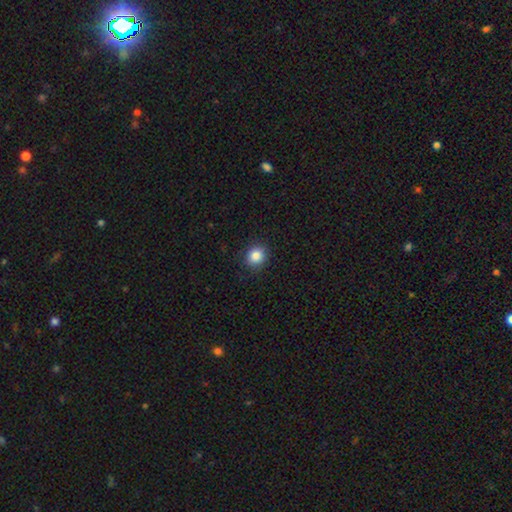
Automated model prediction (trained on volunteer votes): This appears to be a smooth galaxy with no disk features (85%) that is round (81%). Merging: none (89%).